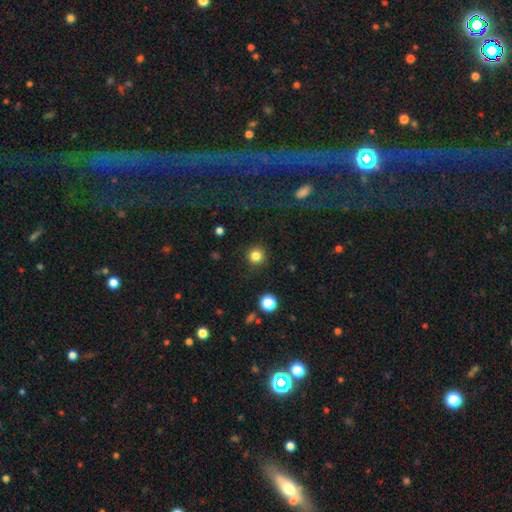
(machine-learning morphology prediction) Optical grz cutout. It shows a smooth galaxy with no disk features (83%) that is round (95%). Merging: none (91%).